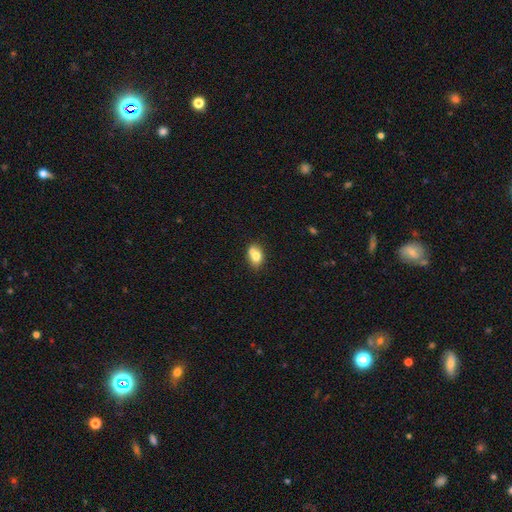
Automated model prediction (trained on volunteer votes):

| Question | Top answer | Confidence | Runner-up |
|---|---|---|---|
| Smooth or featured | smooth | 73% | featured or disk (18%) |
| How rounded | in between | 68% | round (31%) |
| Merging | none | 43% | merger (36%) |